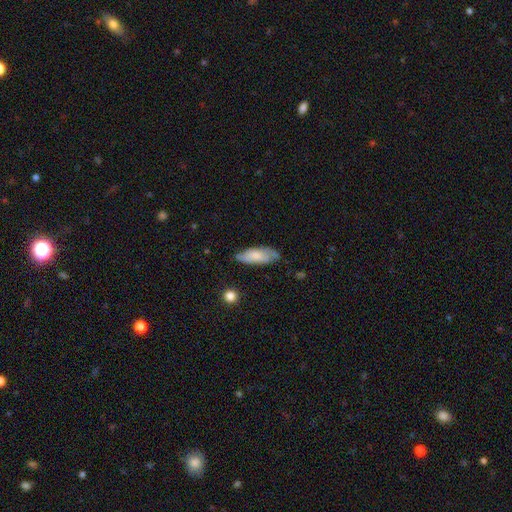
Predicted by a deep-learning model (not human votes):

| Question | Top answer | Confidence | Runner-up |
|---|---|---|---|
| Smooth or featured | smooth | 67% | featured or disk (27%) |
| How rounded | in between | 71% | cigar-shaped (28%) |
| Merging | none | 66% | minor disturbance (26%) |